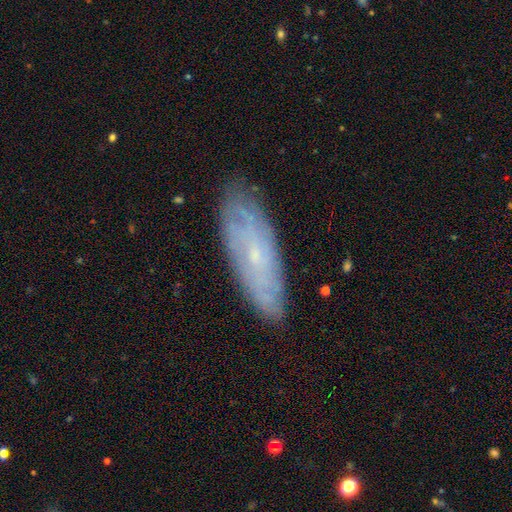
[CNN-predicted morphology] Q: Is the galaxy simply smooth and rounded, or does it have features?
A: featured or disk — 63%.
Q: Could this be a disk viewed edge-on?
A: no — 81%.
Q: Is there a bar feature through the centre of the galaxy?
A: no — 76%.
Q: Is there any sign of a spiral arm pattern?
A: yes — 83%.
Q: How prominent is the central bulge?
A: small — 84%.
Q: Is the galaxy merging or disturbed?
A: none — 84%.